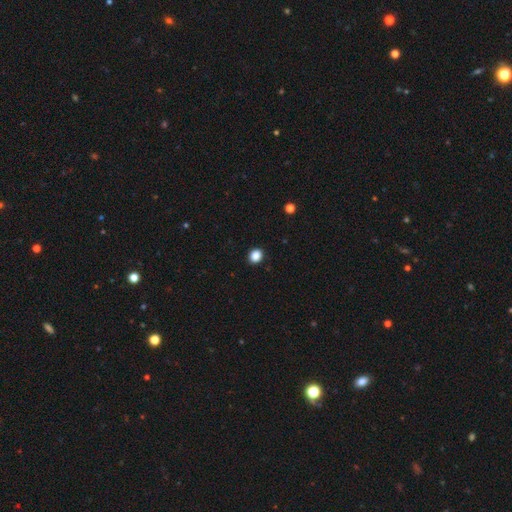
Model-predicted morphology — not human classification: This is clearly a smooth galaxy (87%). How rounded: likely round (70%). Merging: clearly none (91%).